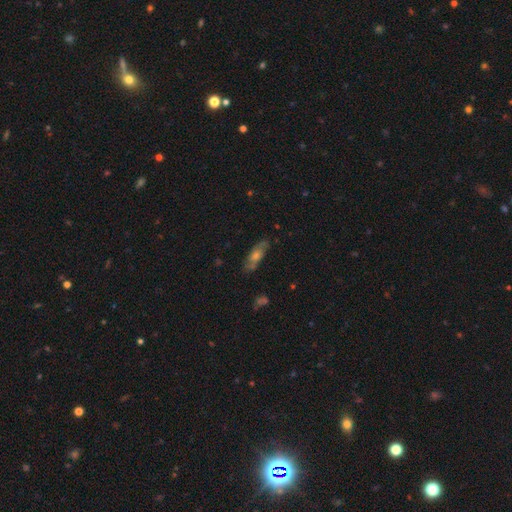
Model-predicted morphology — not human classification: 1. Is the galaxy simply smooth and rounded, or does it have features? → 54% featured or disk, 33% smooth, 13% star or artifact.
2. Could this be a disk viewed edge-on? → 68% no, 32% yes.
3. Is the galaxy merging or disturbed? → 77% none, 16% minor disturbance, 5% major disturbance, 2% merger.